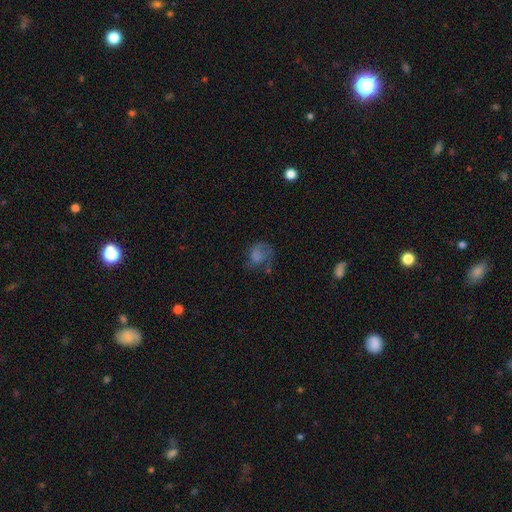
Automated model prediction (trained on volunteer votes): Smooth or featured?
  - smooth: 43% *
  - featured or disk: 38%
  - star or artifact: 19%
Merging?
  - none: 45% *
  - major disturbance: 28%
  - minor disturbance: 23%
  - merger: 4%